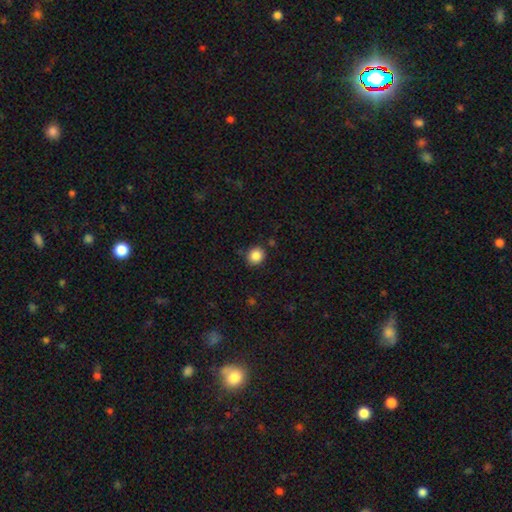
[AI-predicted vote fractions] A smooth galaxy with no disk features (86%) that is round (82%).

Vote fractions:
- Smooth or featured? smooth: 86% / star or artifact: 10% / featured or disk: 4%
- How rounded? round: 82% / in between: 17% / cigar-shaped: 1%
- Merging? none: 86% / minor disturbance: 9% / major disturbance: 2% / merger: 2%